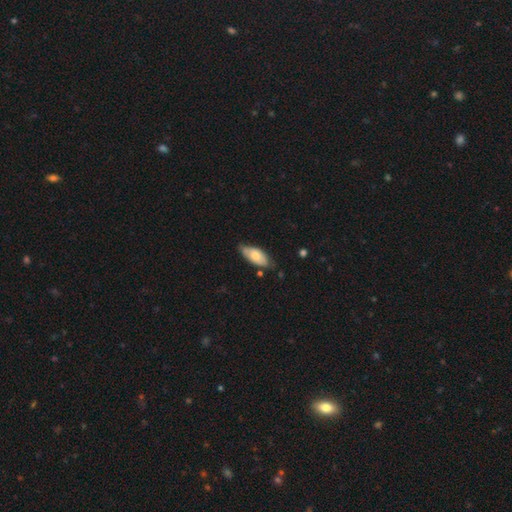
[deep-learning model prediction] Smooth or featured?
  - smooth: 67% *
  - featured or disk: 27%
  - star or artifact: 6%
How rounded?
  - in between: 87% *
  - cigar-shaped: 11%
  - round: 2%
Merging?
  - none: 68% *
  - minor disturbance: 25%
  - major disturbance: 4%
  - merger: 3%